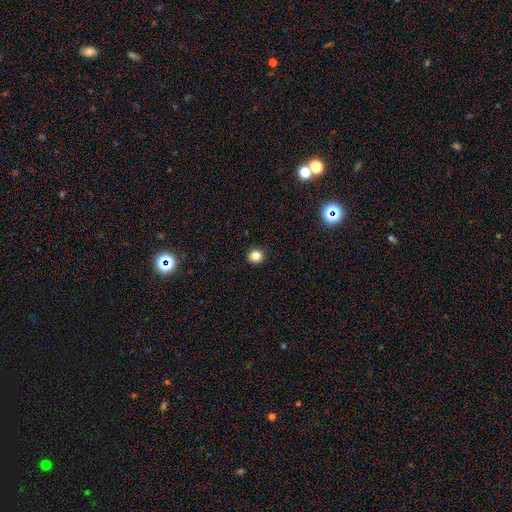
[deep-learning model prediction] This appears to be a smooth galaxy with no disk features (82%) that is round (92%). Merging: none (93%).